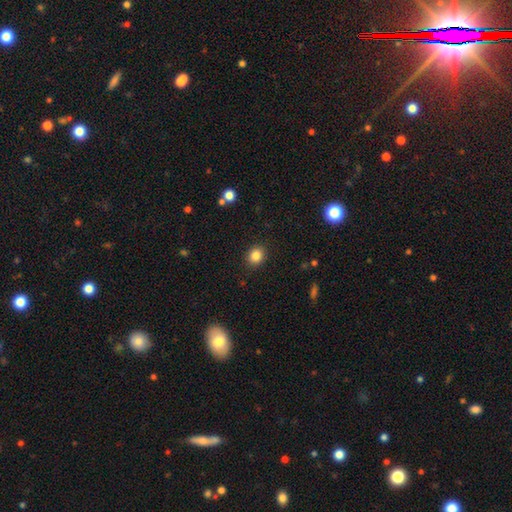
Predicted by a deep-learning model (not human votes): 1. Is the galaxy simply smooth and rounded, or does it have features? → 84% smooth, 10% star or artifact, 5% featured or disk.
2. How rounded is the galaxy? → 72% round, 28% in between, 1% cigar-shaped.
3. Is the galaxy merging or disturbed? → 90% none, 7% minor disturbance, 2% major disturbance, 1% merger.